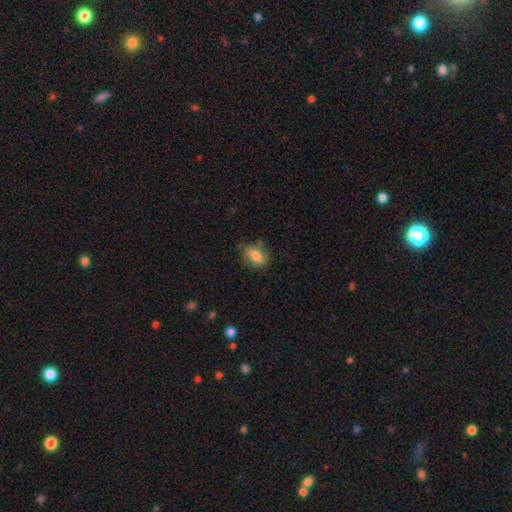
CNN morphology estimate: A smooth galaxy with no disk features (78%) that is in between round and cigar-shaped (82%). Merging: none (63%).